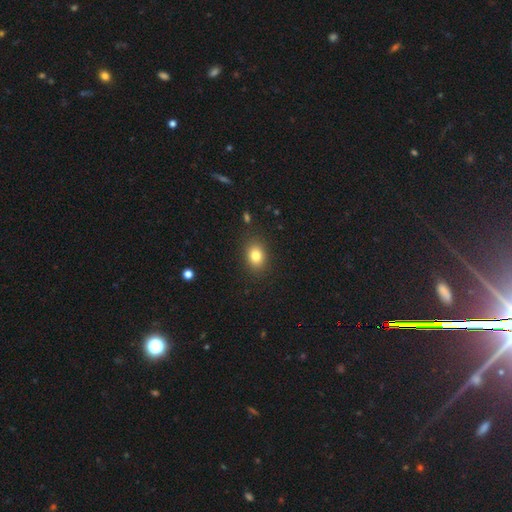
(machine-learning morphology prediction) This is clearly a smooth galaxy (81%). How rounded: likely in between (65%). Merging: clearly none (87%).